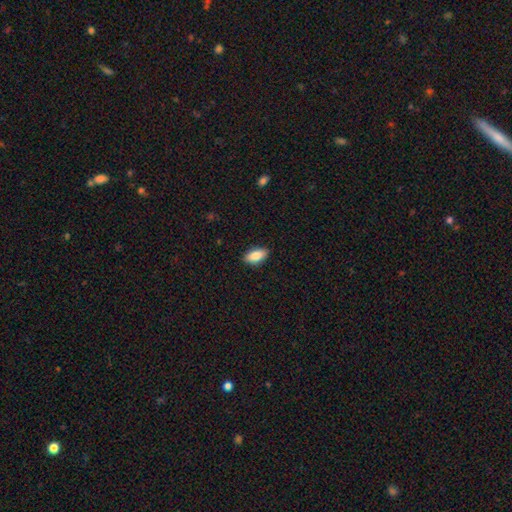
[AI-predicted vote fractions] Morphology: type=smooth (86%); roundness=in between (91%); merging=none (89%).